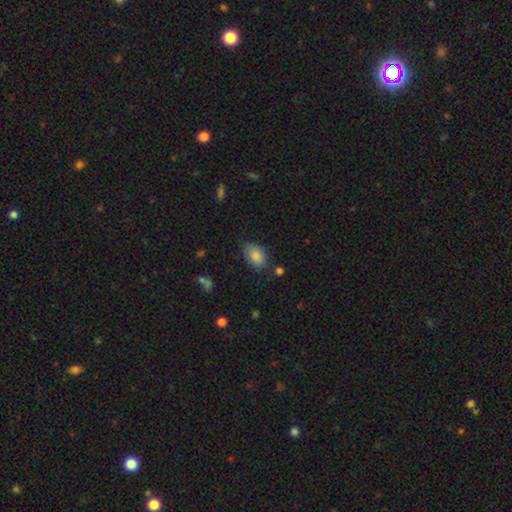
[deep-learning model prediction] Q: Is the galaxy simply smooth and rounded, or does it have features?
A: smooth — 85%.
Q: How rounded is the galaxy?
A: in between — 85%.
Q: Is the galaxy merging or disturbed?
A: none — 74%.